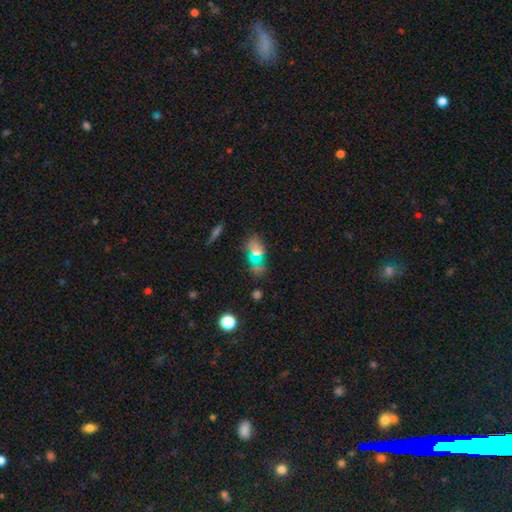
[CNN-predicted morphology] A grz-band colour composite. It shows a smooth galaxy with no disk features (56%) that is in between round and cigar-shaped (84%). Merging: none (74%).